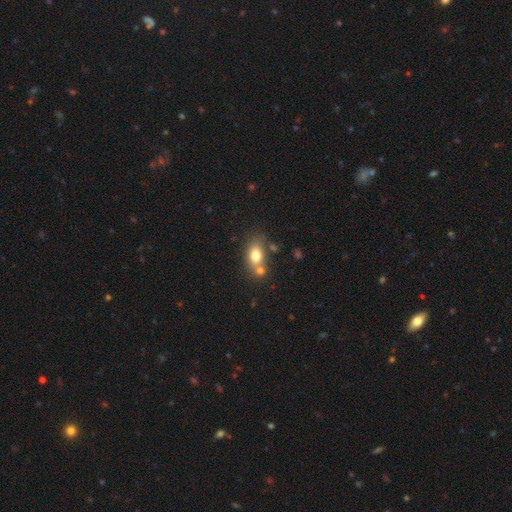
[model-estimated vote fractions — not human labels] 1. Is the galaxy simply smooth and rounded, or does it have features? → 74% smooth, 16% featured or disk, 10% star or artifact.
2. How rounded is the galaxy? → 77% in between, 19% round, 4% cigar-shaped.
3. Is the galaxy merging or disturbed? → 52% none, 29% merger, 14% minor disturbance, 5% major disturbance.